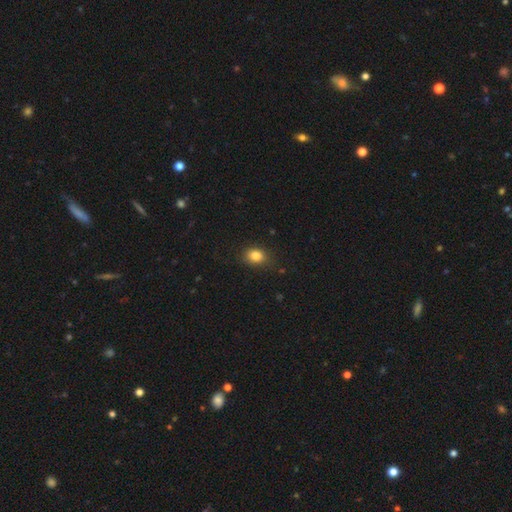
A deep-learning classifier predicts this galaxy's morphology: This is clearly a smooth galaxy (84%). How rounded: likely in between (61%). Merging: clearly none (80%).